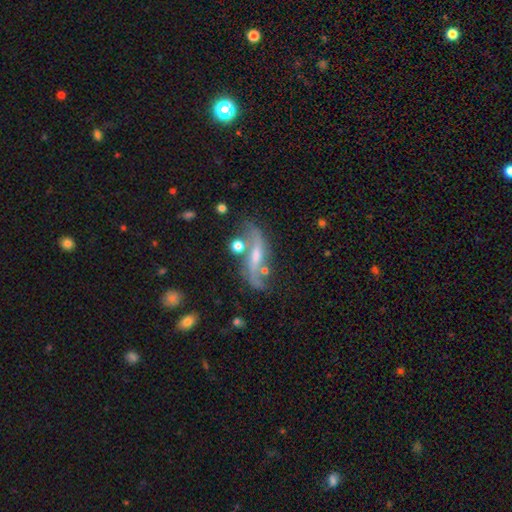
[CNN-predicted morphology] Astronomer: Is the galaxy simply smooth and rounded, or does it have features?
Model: featured or disk — 76%.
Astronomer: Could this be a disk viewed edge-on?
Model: no — 76%.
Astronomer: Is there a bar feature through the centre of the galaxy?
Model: weak — 39% (runner-up: strong, 33%).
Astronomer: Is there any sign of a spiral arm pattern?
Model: yes — 88%.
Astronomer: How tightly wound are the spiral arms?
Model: loose — 79%.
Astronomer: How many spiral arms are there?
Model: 2 — 88%.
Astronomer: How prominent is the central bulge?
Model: moderate — 43% (runner-up: small, 40%).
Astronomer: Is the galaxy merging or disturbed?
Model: none — 56%.